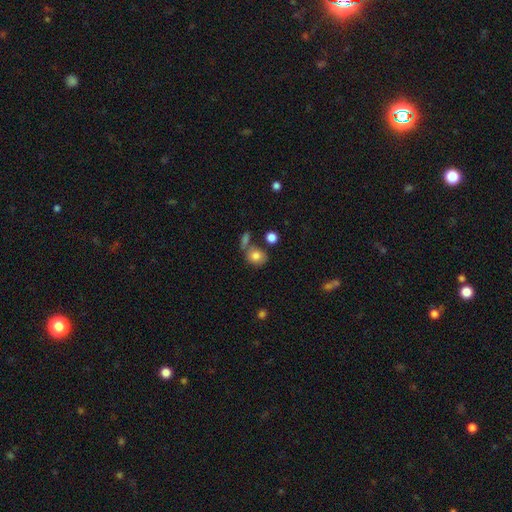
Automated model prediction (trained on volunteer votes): This is clearly a smooth galaxy (80%). How rounded: likely round (60%). Merging: possibly none (57%).